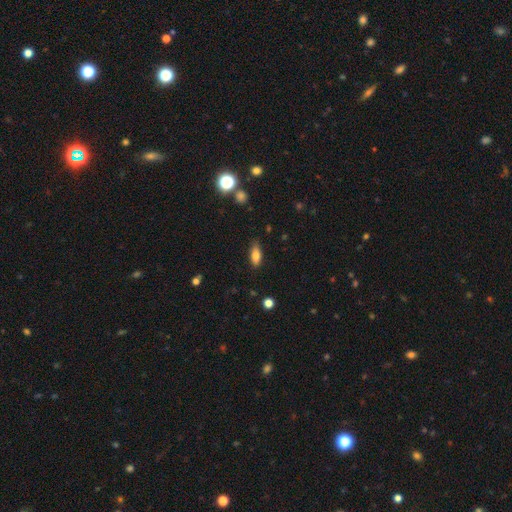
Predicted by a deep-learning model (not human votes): A smooth galaxy with no disk features (78%) that is in between round and cigar-shaped (79%). Merging: none (81%).